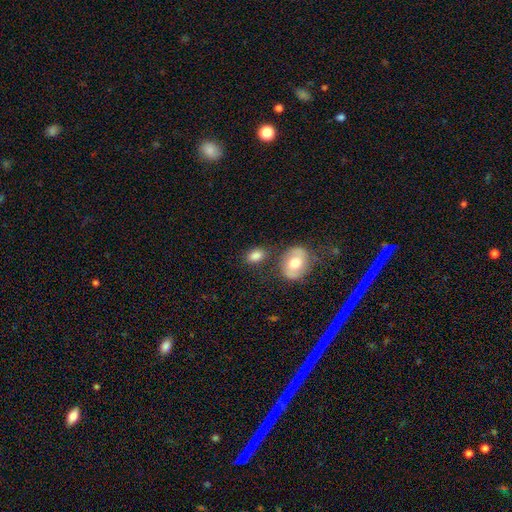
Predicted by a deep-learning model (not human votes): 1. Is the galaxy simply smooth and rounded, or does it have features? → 82% smooth, 11% featured or disk, 8% star or artifact.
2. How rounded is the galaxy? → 81% in between, 17% round, 2% cigar-shaped.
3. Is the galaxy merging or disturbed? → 69% none, 15% minor disturbance, 12% merger, 4% major disturbance.